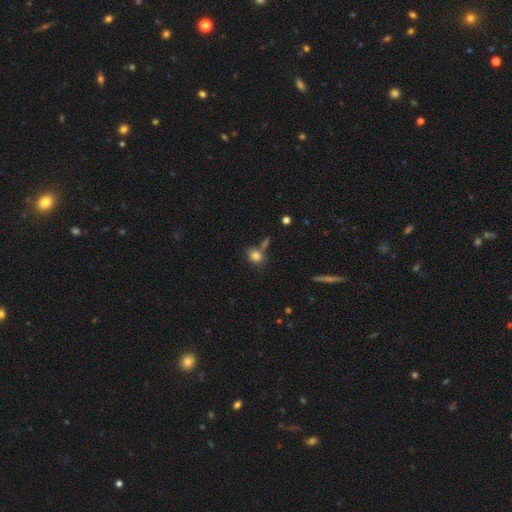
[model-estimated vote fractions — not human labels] smooth 82%, star or artifact 11%, featured or disk 8%. Down the decision tree: how rounded — round (56%); merging — none (58%).